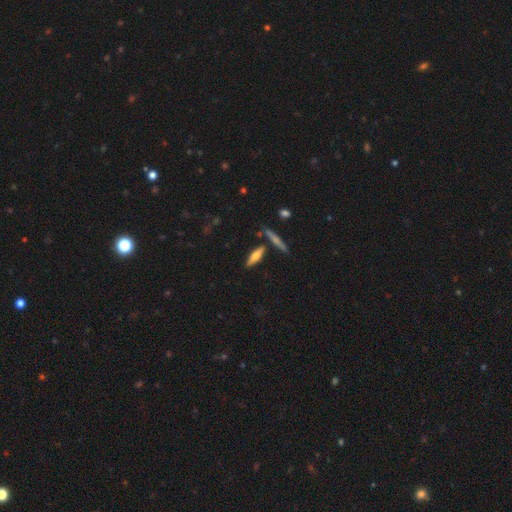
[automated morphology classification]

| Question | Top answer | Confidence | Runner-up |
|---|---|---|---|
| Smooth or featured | featured or disk | 47% | smooth (46%) |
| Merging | none | 78% | minor disturbance (11%) |